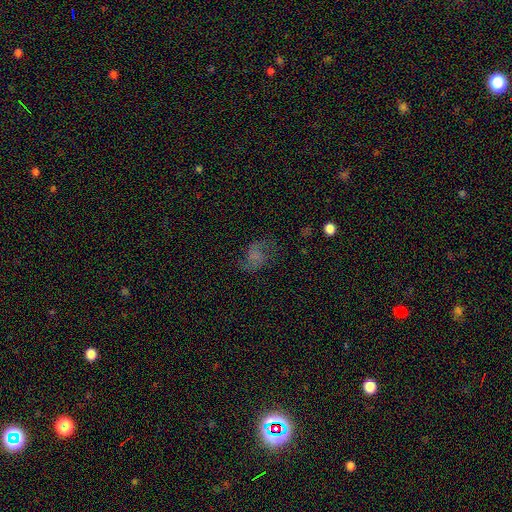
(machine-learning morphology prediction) Overall: featured or disk (48%; smooth 35%). Merging: none (58%; minor disturbance 21%).